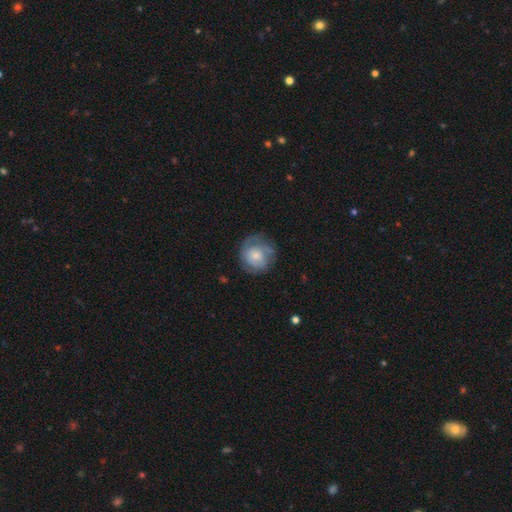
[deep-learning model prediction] smooth-or-featured: smooth: 48% | featured or disk: 44% | star or artifact: 7%
  merging: none: 66% | minor disturbance: 21% | major disturbance: 12% | merger: 2%